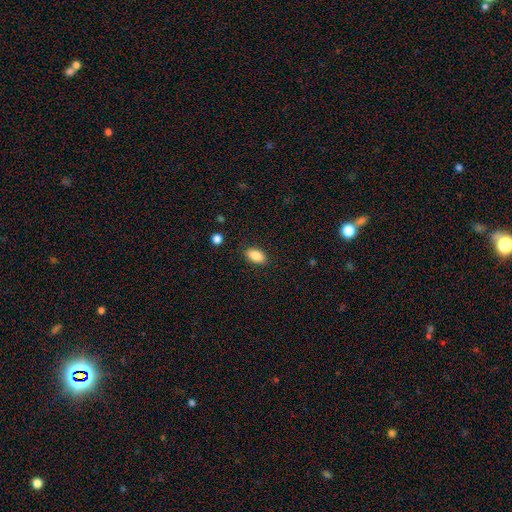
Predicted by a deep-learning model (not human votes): A smooth galaxy with no disk features (87%) that is in between round and cigar-shaped (92%). Merging: none (87%).